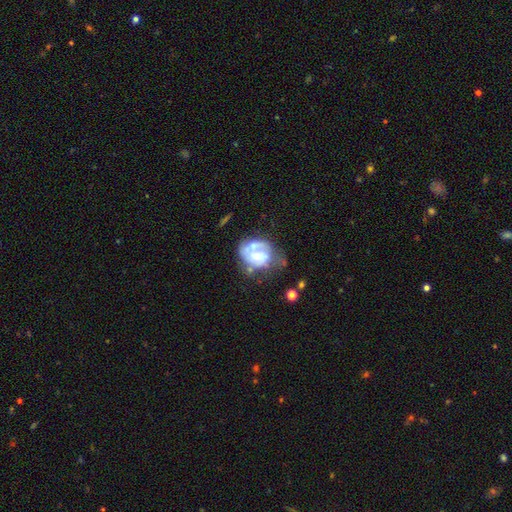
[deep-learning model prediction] Morphology: type=featured or disk (58%); edge-on=no (98%); bar=no (72%); spiral arms=yes (50%, tied with no); bulge=moderate (44%); merging=none (30%).